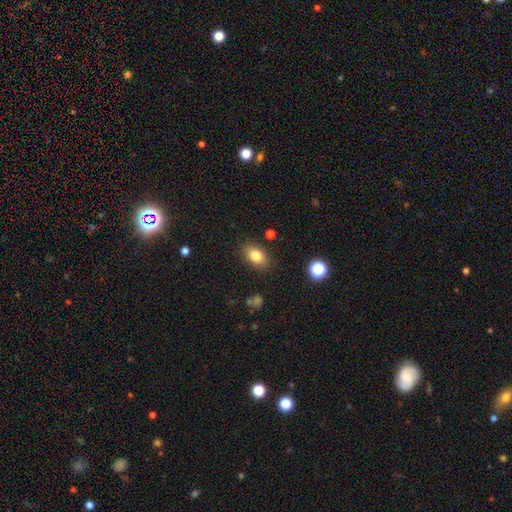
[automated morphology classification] smooth 81%, featured or disk 10%, star or artifact 9%. Down the decision tree: how rounded — in between (85%); merging — none (85%).